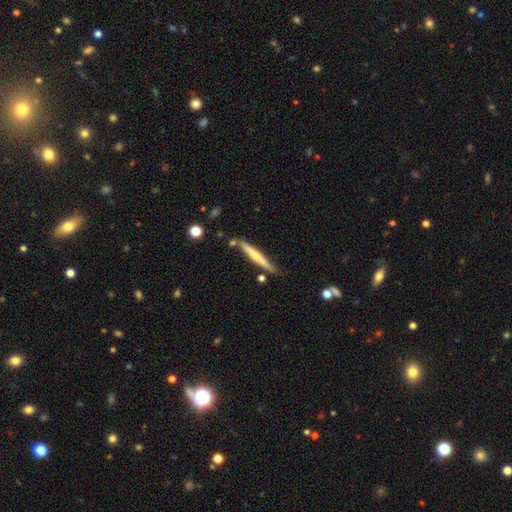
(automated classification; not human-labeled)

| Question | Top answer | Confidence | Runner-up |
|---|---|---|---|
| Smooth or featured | featured or disk | 54% | smooth (40%) |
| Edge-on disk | yes | 96% | no (4%) |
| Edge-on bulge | rounded | 65% | none (28%) |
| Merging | none | 77% | minor disturbance (14%) |